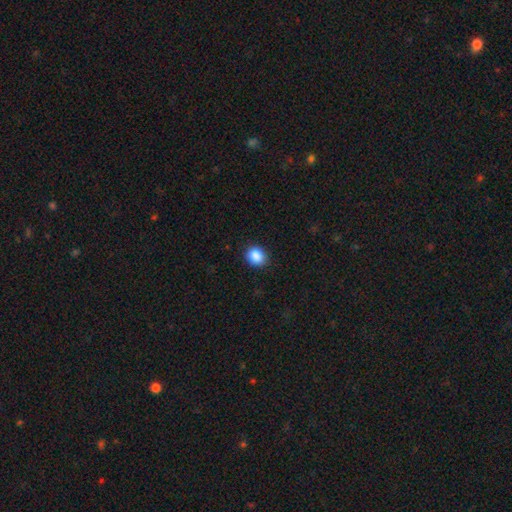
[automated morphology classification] Smooth or featured: smooth — 88% (star or artifact — 9%)
How rounded: round — 63% (in between — 36%)
Merging: none — 88% (minor disturbance — 9%)